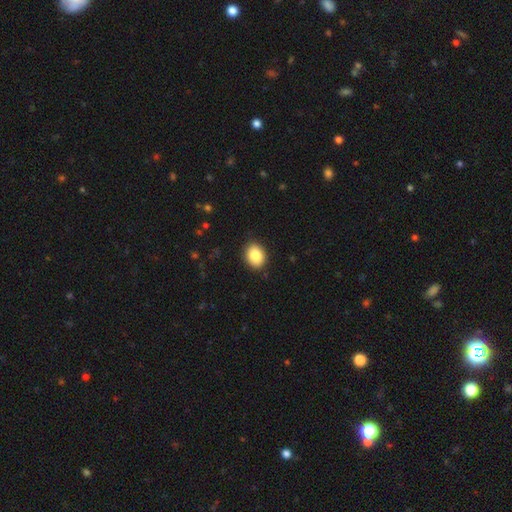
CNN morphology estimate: Q: Smooth or featured?
A: smooth (85%); runner-up: star or artifact (8%)
Q: How rounded?
A: in between (61%); runner-up: round (38%)
Q: Merging?
A: none (89%); runner-up: minor disturbance (8%)